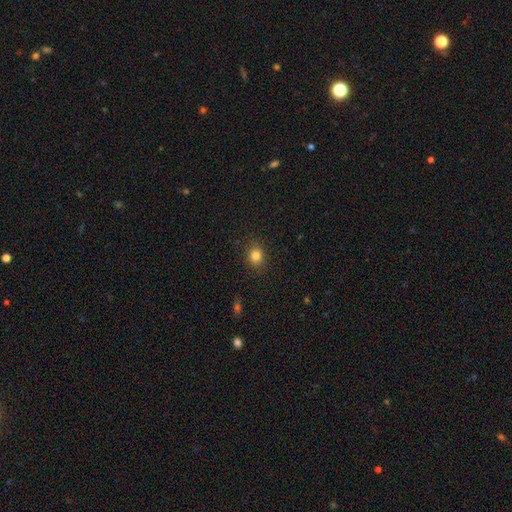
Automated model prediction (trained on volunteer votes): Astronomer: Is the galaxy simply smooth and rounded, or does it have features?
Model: smooth — 83%.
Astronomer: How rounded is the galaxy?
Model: round — 71%.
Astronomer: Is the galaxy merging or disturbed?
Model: none — 87%.